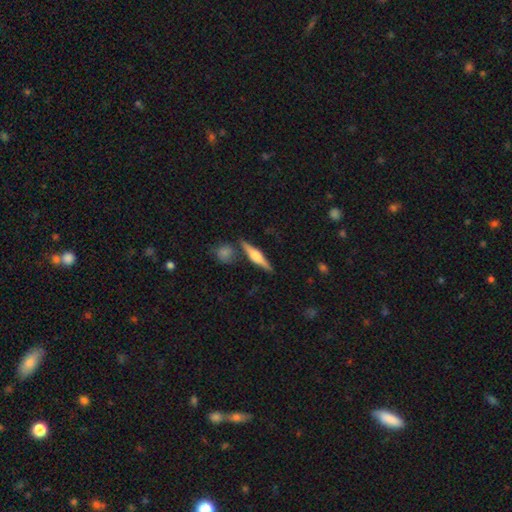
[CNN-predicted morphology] smooth-or-featured: featured or disk: 70% | smooth: 24% | star or artifact: 6%
  disk-edge-on: yes: 97% | no: 3%
    edge-on-bulge: rounded: 90% | boxy: 8% | none: 3%
  merging: none: 84% | minor disturbance: 8% | merger: 6% | major disturbance: 2%